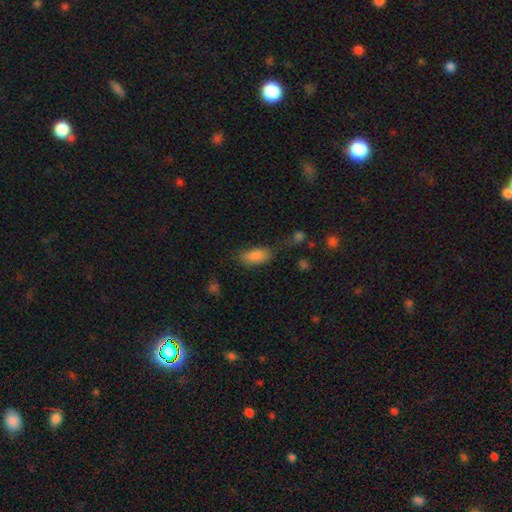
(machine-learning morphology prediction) smooth-or-featured: smooth: 86% | star or artifact: 8% | featured or disk: 6%
  how-rounded: in between: 92% | cigar-shaped: 5% | round: 4%
  merging: none: 52% | minor disturbance: 24% | major disturbance: 14% | merger: 10%